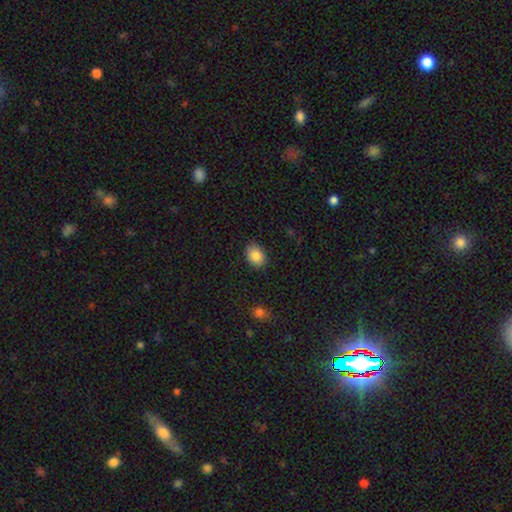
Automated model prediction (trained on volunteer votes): Q: Smooth or featured?
A: smooth (85%); runner-up: star or artifact (8%)
Q: How rounded?
A: in between (73%); runner-up: round (26%)
Q: Merging?
A: none (84%); runner-up: minor disturbance (12%)